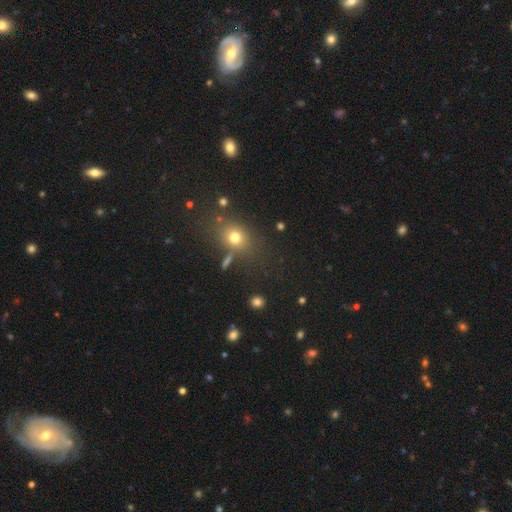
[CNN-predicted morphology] Smooth or featured? Predicted: smooth (p=0.52). How rounded? Predicted: round (p=0.58). Merging? Predicted: none (p=0.77).